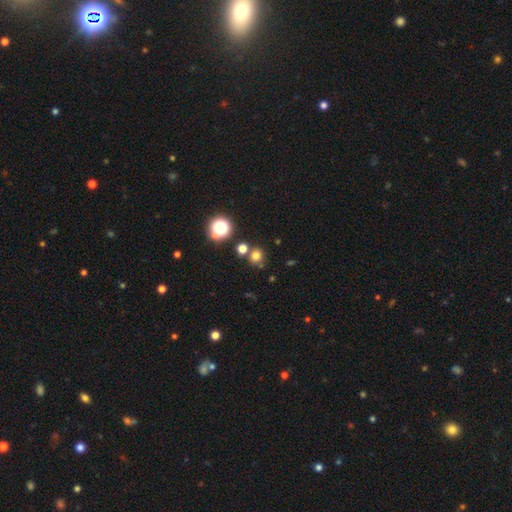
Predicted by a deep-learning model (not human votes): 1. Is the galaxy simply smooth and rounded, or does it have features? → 73% smooth, 21% star or artifact, 6% featured or disk.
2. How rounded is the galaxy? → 83% round, 16% in between, 1% cigar-shaped.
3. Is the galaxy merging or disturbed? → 74% none, 14% merger, 9% minor disturbance, 3% major disturbance.